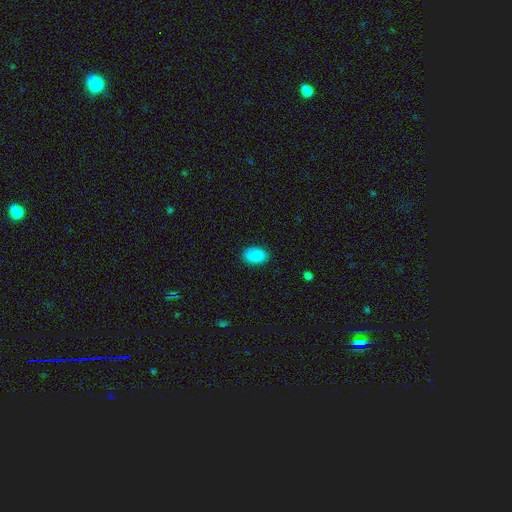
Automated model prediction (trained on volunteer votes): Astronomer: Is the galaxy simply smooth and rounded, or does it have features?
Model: smooth — 89%.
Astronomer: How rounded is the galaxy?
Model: in between — 87%.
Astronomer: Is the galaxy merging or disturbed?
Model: none — 85%.